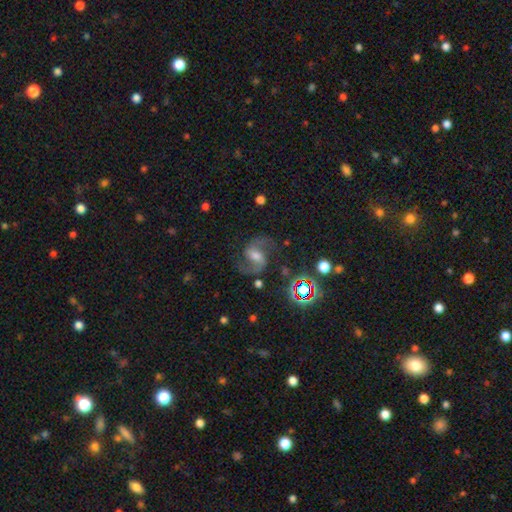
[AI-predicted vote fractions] Q: Smooth or featured?
A: featured or disk (82%); runner-up: star or artifact (11%)
Q: Edge-on disk?
A: no (98%); runner-up: yes (2%)
Q: Bar?
A: weak (50%); runner-up: strong (27%)
Q: Spiral arms?
A: yes (97%); runner-up: no (3%)
Q: Spiral winding?
A: medium (59%); runner-up: loose (30%)
Q: Spiral arm count?
A: 2 (93%); runner-up: can't tell (2%)
Q: Bulge size?
A: moderate (54%); runner-up: small (29%)
Q: Merging?
A: none (77%); runner-up: minor disturbance (13%)